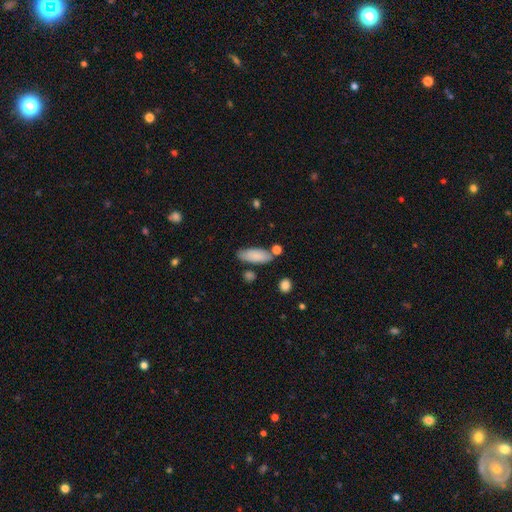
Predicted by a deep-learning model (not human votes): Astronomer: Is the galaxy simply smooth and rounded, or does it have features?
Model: smooth — 85%.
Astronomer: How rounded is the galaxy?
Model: in between — 71%.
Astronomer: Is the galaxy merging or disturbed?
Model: none — 74%.